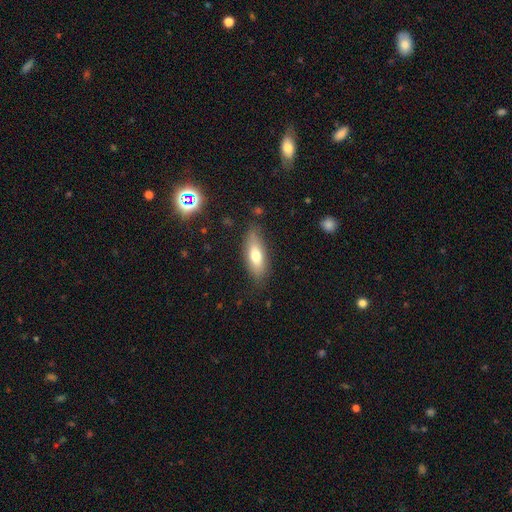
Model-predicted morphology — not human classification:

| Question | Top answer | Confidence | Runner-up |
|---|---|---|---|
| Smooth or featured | smooth | 70% | featured or disk (23%) |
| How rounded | in between | 68% | cigar-shaped (29%) |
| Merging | none | 78% | minor disturbance (16%) |